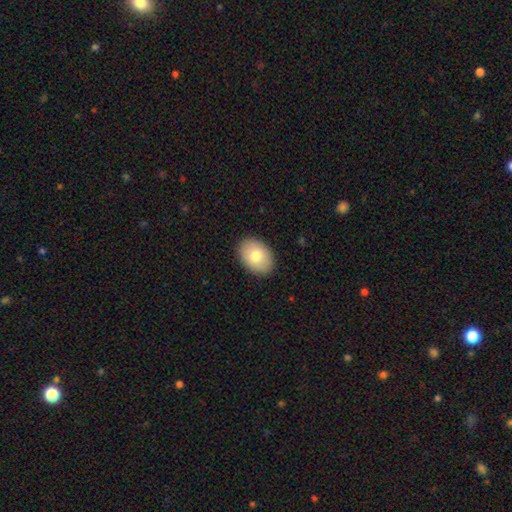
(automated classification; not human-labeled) The model was most divided on "smooth or featured": smooth: 77%, featured or disk: 17%, star or artifact: 7%. More confident: merging — none (89%); how rounded — in between (80%).